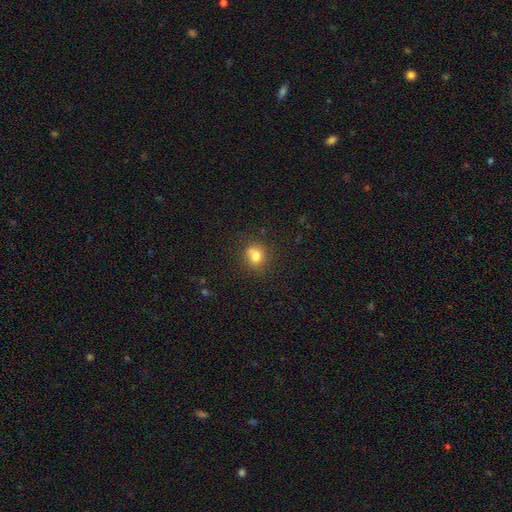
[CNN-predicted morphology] Smooth or featured?
  - smooth: 76% *
  - star or artifact: 13%
  - featured or disk: 11%
How rounded?
  - round: 73% *
  - in between: 26%
  - cigar-shaped: 1%
Merging?
  - none: 60% *
  - minor disturbance: 18%
  - merger: 16%
  - major disturbance: 6%